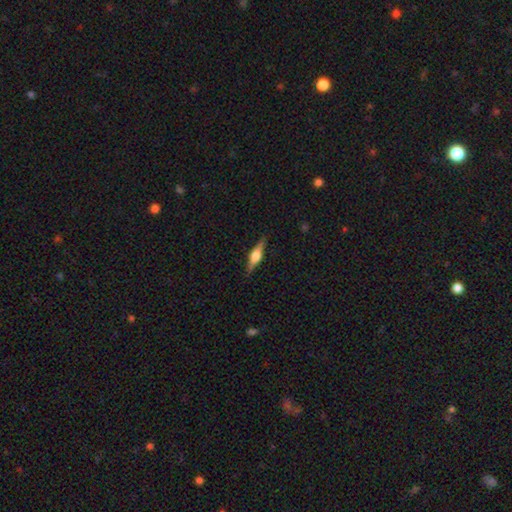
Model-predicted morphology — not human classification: Q: Smooth or featured?
A: featured or disk (69%); runner-up: smooth (25%)
Q: Edge-on disk?
A: yes (97%); runner-up: no (3%)
Q: Edge-on bulge?
A: rounded (92%); runner-up: boxy (7%)
Q: Merging?
A: none (88%); runner-up: minor disturbance (9%)